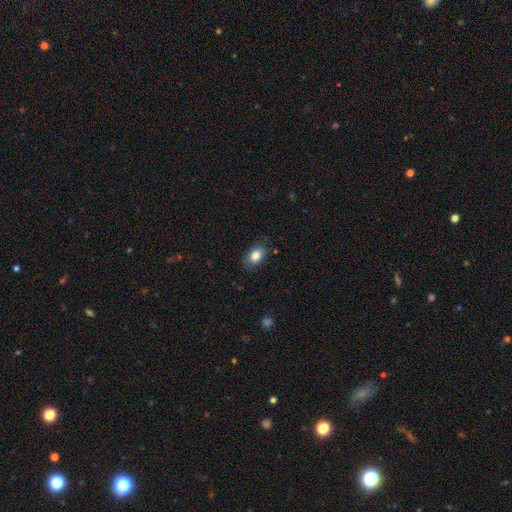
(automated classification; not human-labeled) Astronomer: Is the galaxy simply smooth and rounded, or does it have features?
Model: smooth — 83%.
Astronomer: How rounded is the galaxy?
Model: in between — 84%.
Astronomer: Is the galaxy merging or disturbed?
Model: none — 83%.